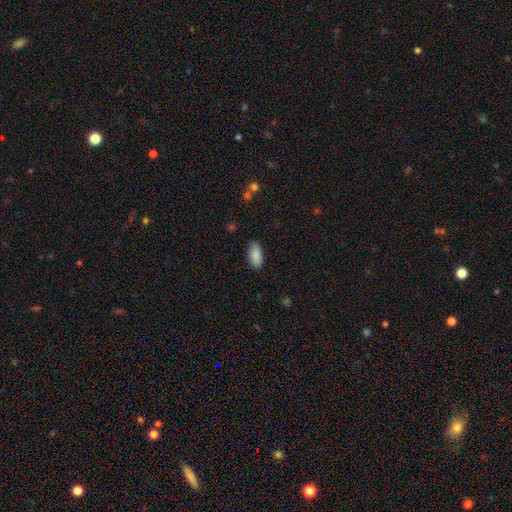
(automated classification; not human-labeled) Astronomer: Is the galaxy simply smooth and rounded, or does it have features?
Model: smooth — 88%.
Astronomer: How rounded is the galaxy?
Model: in between — 91%.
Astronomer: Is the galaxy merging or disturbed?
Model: none — 81%.